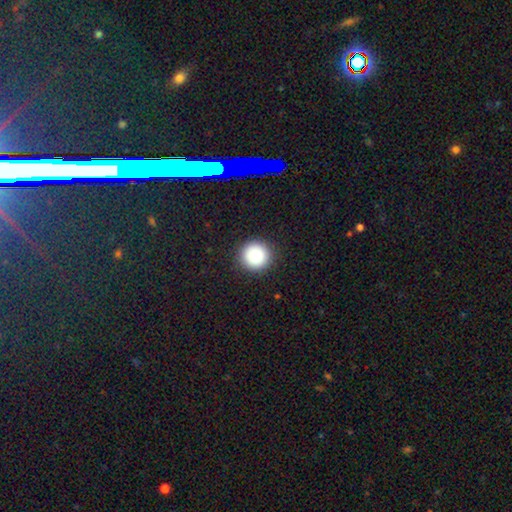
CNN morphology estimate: smooth_or_featured: smooth (p=0.84) [alt: star or artifact p=0.10]
how_rounded: round (p=0.95) [alt: in between p=0.04]
merging: none (p=0.92) [alt: minor disturbance p=0.05]